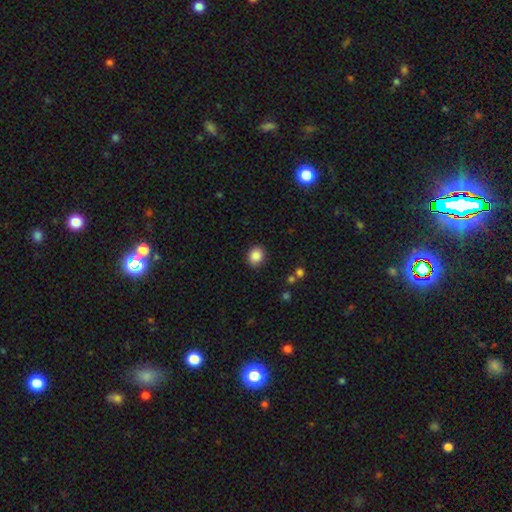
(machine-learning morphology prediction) This is clearly a smooth galaxy (87%). How rounded: likely round (64%). Merging: clearly none (87%).